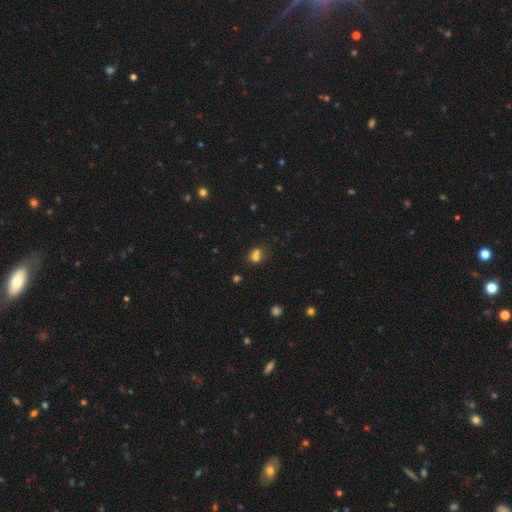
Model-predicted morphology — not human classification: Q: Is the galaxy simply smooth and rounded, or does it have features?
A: smooth — 71%.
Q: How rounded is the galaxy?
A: round — 55%.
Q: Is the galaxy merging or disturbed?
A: merger — 41%.